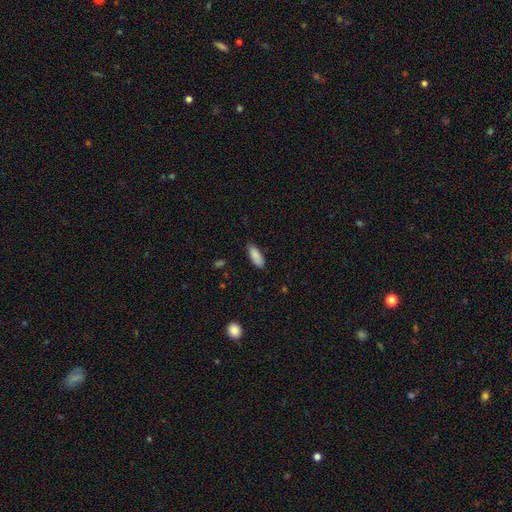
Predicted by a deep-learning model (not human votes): Overall: smooth (88%). How rounded: in between (79%). Merging: none (82%).